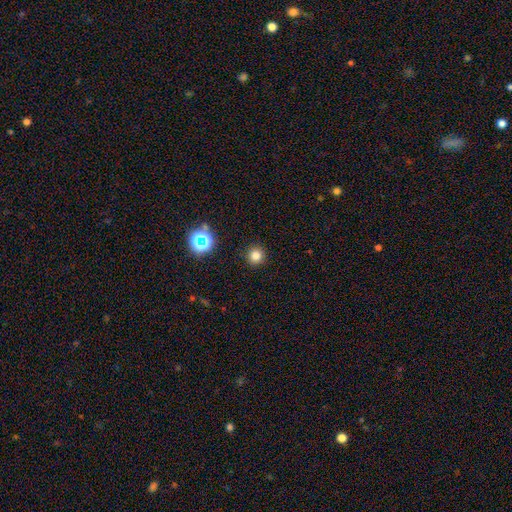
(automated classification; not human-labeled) Smooth or featured?
  - smooth: 78% *
  - star or artifact: 17%
  - featured or disk: 5%
How rounded?
  - round: 94% *
  - in between: 5%
  - cigar-shaped: 1%
Merging?
  - none: 91% *
  - minor disturbance: 5%
  - major disturbance: 2%
  - merger: 1%